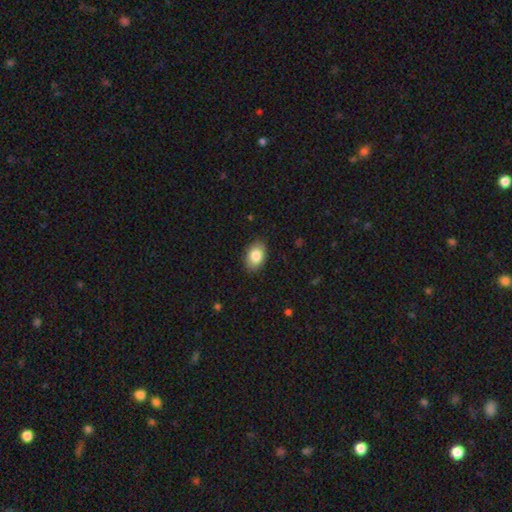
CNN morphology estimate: Smooth or featured: smooth — 84% (featured or disk — 9%)
How rounded: in between — 86% (round — 13%)
Merging: none — 87% (minor disturbance — 10%)